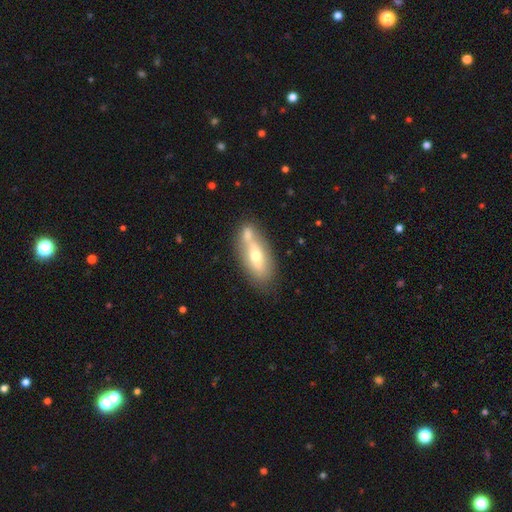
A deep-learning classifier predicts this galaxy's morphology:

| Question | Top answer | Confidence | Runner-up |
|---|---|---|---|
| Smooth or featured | smooth | 53% | featured or disk (40%) |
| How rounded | in between | 75% | cigar-shaped (21%) |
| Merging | none | 48% | merger (32%) |